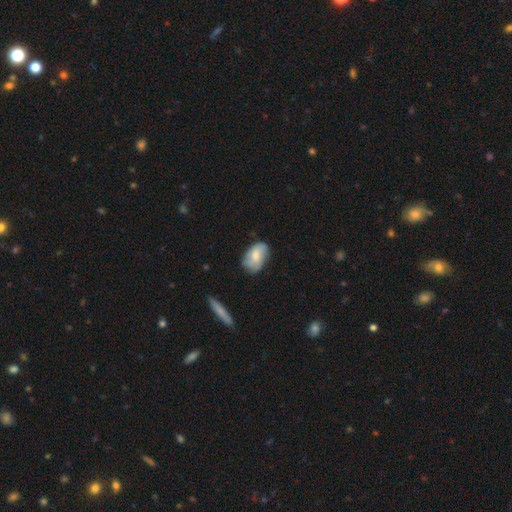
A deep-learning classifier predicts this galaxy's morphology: Q: Smooth or featured?
A: smooth (60%); runner-up: featured or disk (33%)
Q: How rounded?
A: in between (87%); runner-up: round (11%)
Q: Merging?
A: none (67%); runner-up: minor disturbance (25%)